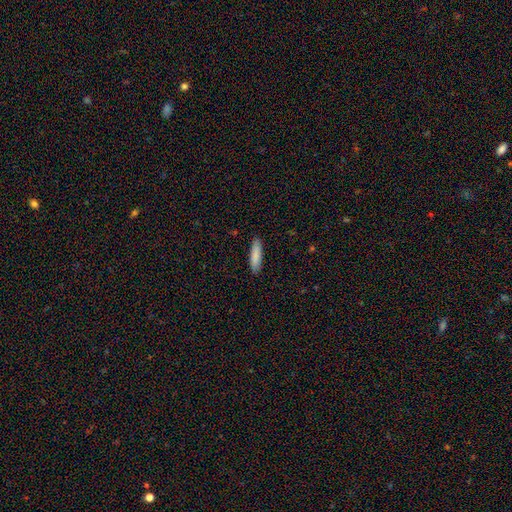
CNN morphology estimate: Smooth or featured?
  - smooth: 86% *
  - featured or disk: 8%
  - star or artifact: 6%
How rounded?
  - cigar-shaped: 72% *
  - in between: 26%
  - round: 1%
Merging?
  - none: 90% *
  - minor disturbance: 8%
  - major disturbance: 2%
  - merger: 1%